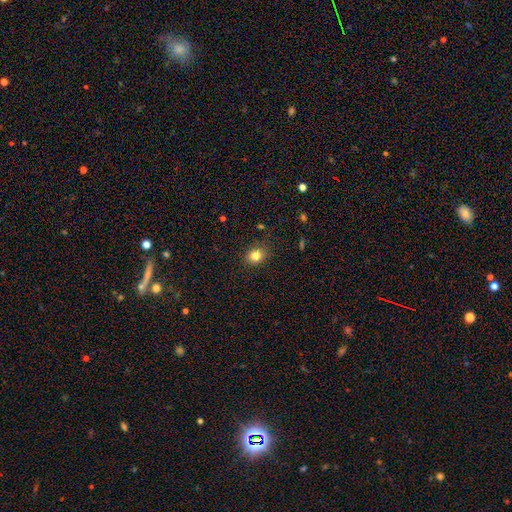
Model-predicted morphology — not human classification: smooth 82%, star or artifact 11%, featured or disk 6%. Down the decision tree: how rounded — round (57%); merging — none (85%).